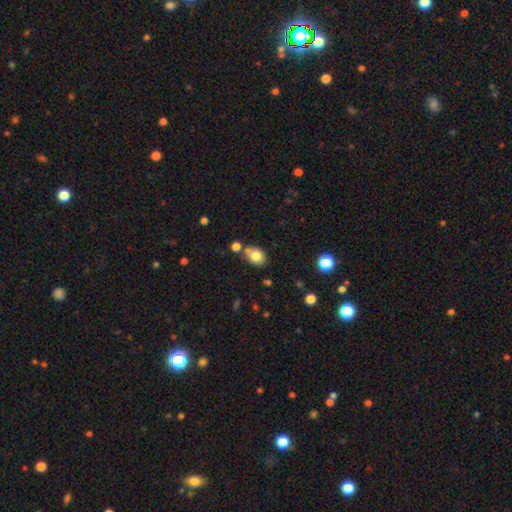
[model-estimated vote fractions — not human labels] Overall: smooth (80%). How rounded: in between (58%; round 41%). Merging: none (60%).